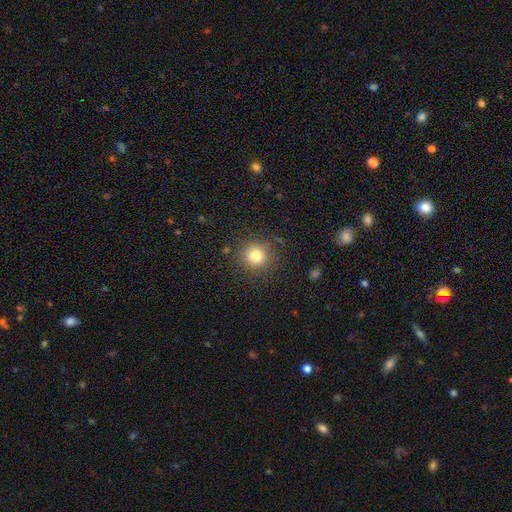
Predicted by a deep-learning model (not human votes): Smooth or featured? smooth (80%)
How rounded? round (92%)
Merging? none (87%)